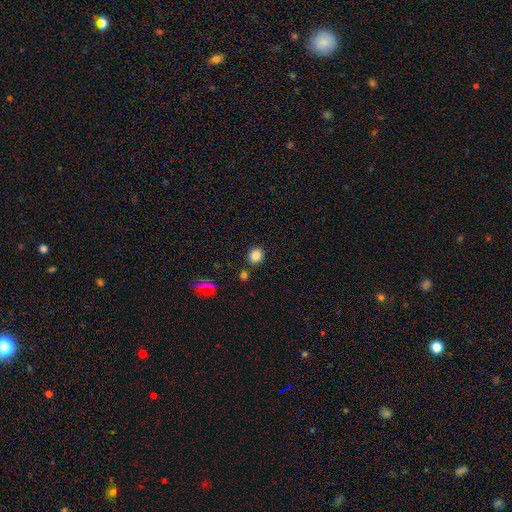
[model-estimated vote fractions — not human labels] Smooth or featured? Predicted: smooth (p=0.85). How rounded? Predicted: round (p=0.78). Merging? Predicted: none (p=0.81).